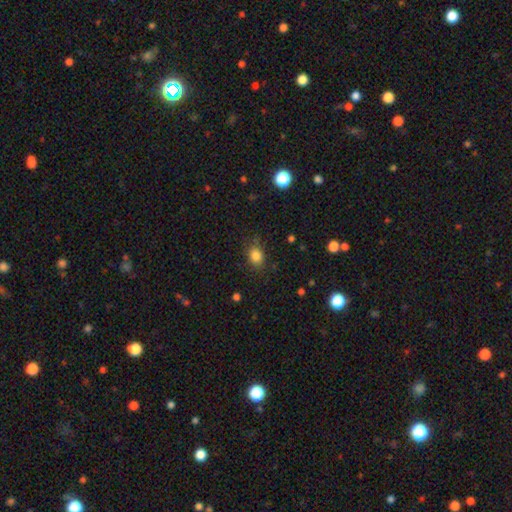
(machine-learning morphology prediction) This is clearly a smooth galaxy (83%). How rounded: possibly in between (53%). Merging: likely none (78%).